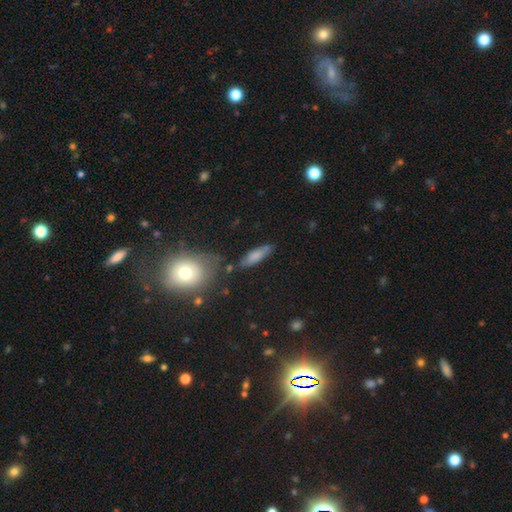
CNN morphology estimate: smooth 73%, featured or disk 19%, star or artifact 8%. Down the decision tree: how rounded — cigar-shaped (59%); merging — none (73%).